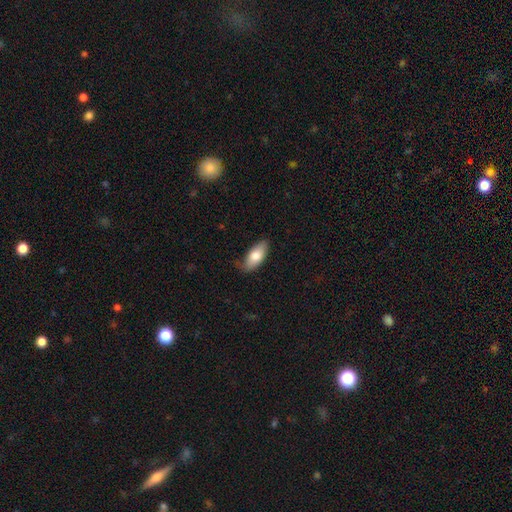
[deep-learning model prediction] smooth_or_featured: smooth (p=0.77) [alt: featured or disk p=0.17]
how_rounded: in between (p=0.87) [alt: cigar-shaped p=0.11]
merging: none (p=0.78) [alt: minor disturbance p=0.18]